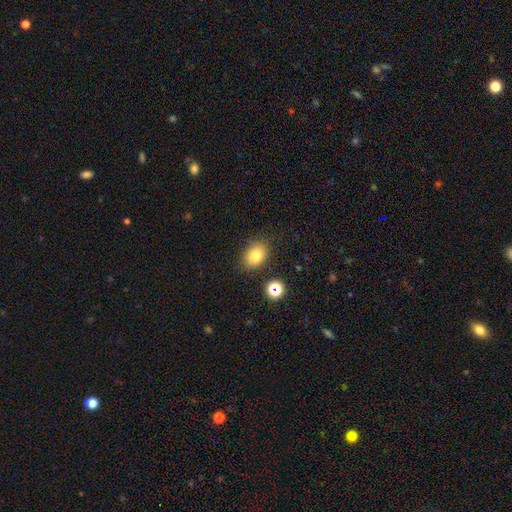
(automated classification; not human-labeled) smooth 79%, star or artifact 12%, featured or disk 9%. Down the decision tree: how rounded — in between (69%); merging — none (80%).